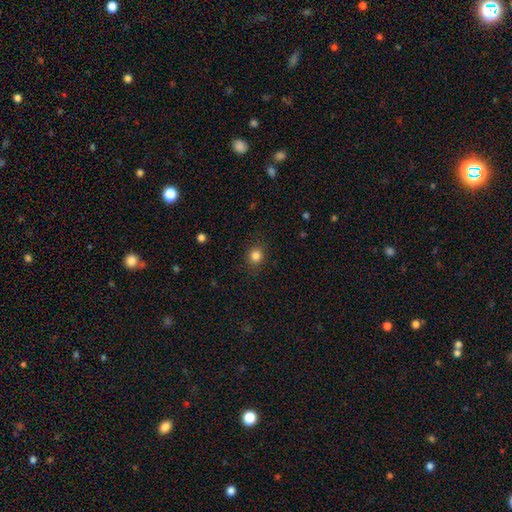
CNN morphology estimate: Smooth or featured?
  - smooth: 83% *
  - star or artifact: 12%
  - featured or disk: 5%
How rounded?
  - round: 80% *
  - in between: 19%
  - cigar-shaped: 1%
Merging?
  - none: 87% *
  - minor disturbance: 9%
  - major disturbance: 3%
  - merger: 1%